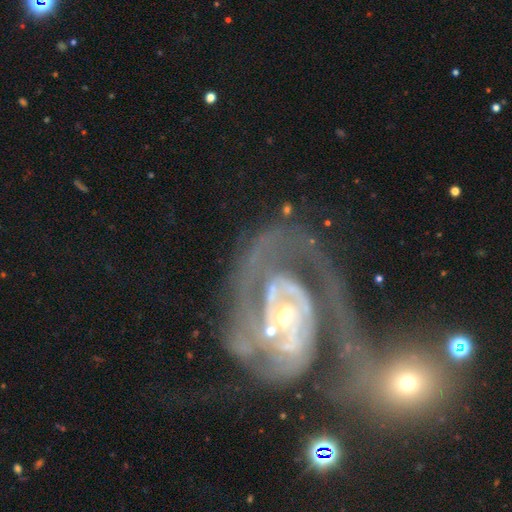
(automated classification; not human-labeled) The model was most divided on "merging": merger: 39%, none: 27%, major disturbance: 20%, minor disturbance: 14%. Remaining: edge-on disk — no (97%); spiral arms — yes (92%); smooth or featured — featured or disk (87%); bulge size — small (66%); spiral winding — tight (57%); bar — no (57%); spiral arm count — 2 (46%).